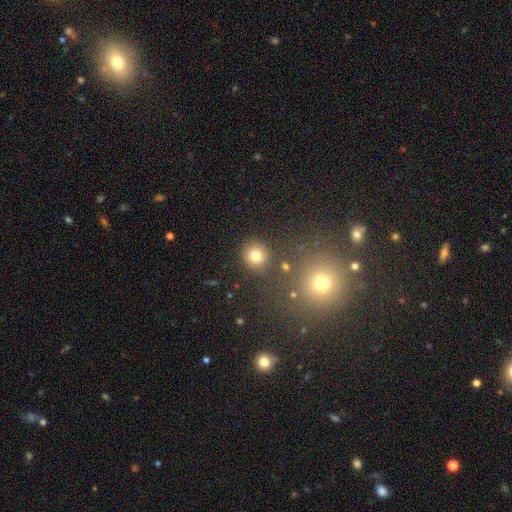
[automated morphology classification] This is likely a smooth galaxy (78%). How rounded: clearly round (91%). Merging: clearly none (85%).